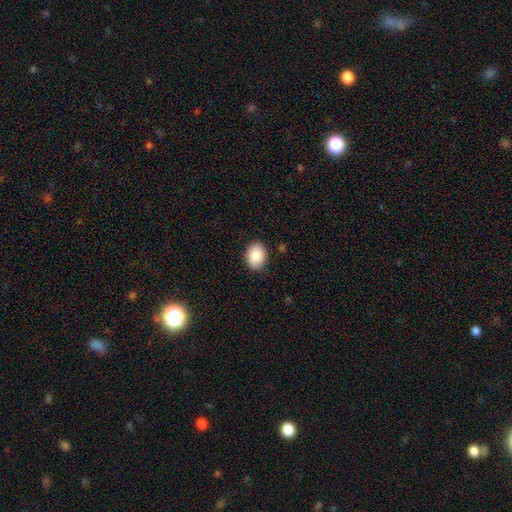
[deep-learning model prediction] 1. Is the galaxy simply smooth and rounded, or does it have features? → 89% smooth, 7% star or artifact, 4% featured or disk.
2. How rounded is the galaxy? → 74% in between, 25% round, 1% cigar-shaped.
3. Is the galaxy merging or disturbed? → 88% none, 9% minor disturbance, 2% major disturbance, 1% merger.